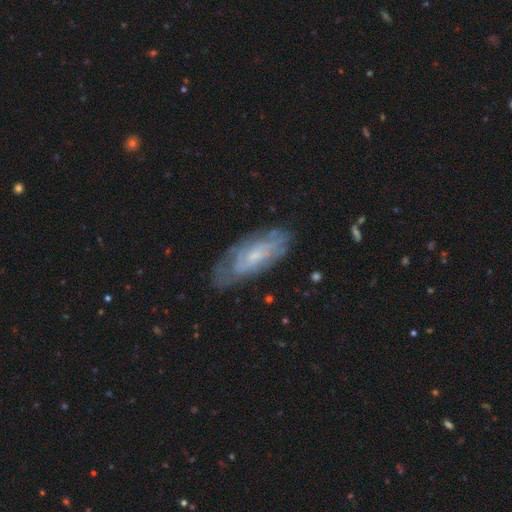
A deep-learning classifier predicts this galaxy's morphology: Smooth or featured? featured or disk (61%)
Edge-on disk? no (83%)
Bar? no (62%)
Spiral arms? yes (74%)
Bulge size? small (62%)
Merging? none (78%)